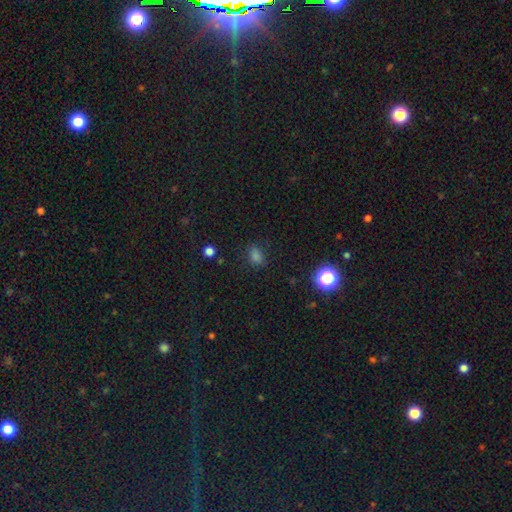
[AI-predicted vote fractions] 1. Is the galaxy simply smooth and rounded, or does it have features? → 73% smooth, 22% star or artifact, 5% featured or disk.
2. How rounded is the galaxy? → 73% in between, 25% round, 2% cigar-shaped.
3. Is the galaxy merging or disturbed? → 79% none, 14% minor disturbance, 4% major disturbance, 2% merger.